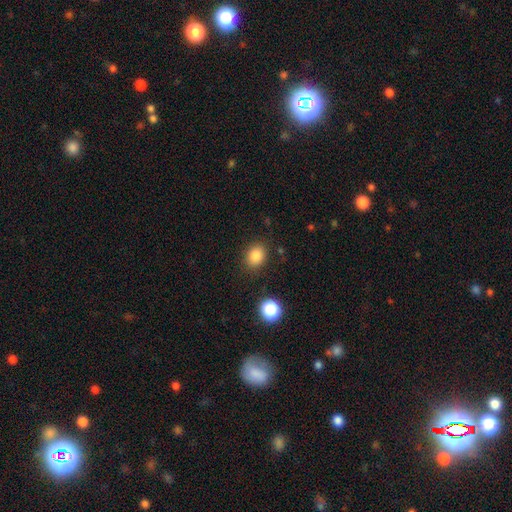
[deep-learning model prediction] Overall: smooth (83%). How rounded: in between (50%; round 49%). Merging: none (84%).